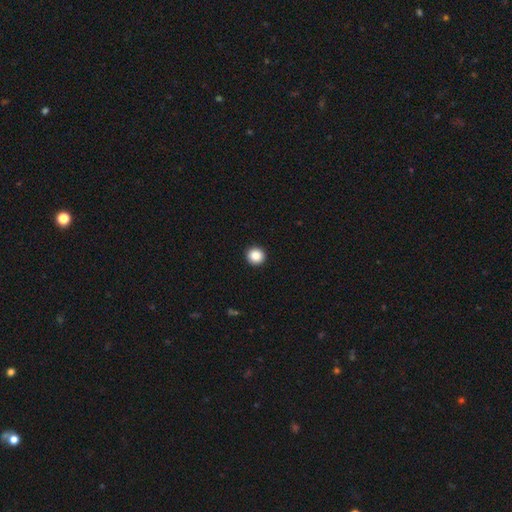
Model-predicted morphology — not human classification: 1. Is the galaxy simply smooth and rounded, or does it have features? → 88% smooth, 9% star or artifact, 3% featured or disk.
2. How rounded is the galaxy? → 94% round, 5% in between, 1% cigar-shaped.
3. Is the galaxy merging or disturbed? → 94% none, 4% minor disturbance, 1% major disturbance, 1% merger.